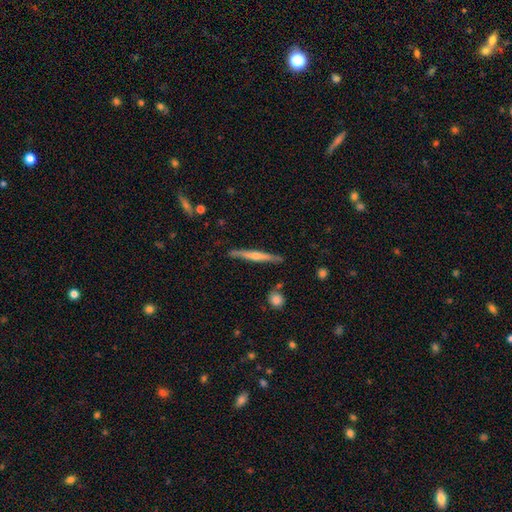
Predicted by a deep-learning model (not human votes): Smooth or featured? featured or disk (65%)
Edge-on disk? yes (97%)
Edge-on bulge? rounded (77%)
Merging? none (88%)